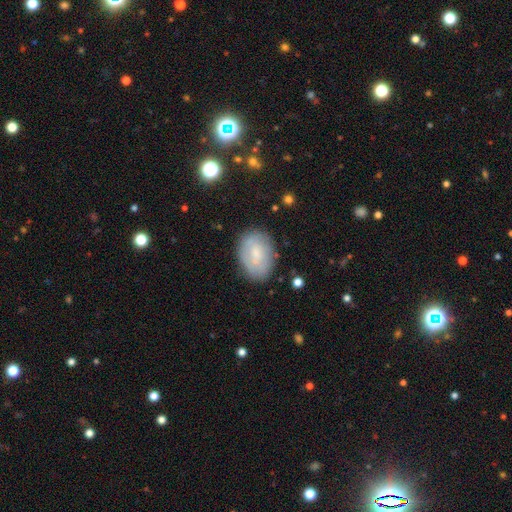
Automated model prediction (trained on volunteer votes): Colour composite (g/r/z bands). It shows a smooth galaxy with no disk features (62%) that is in between round and cigar-shaped (83%). Merging: none (79%).